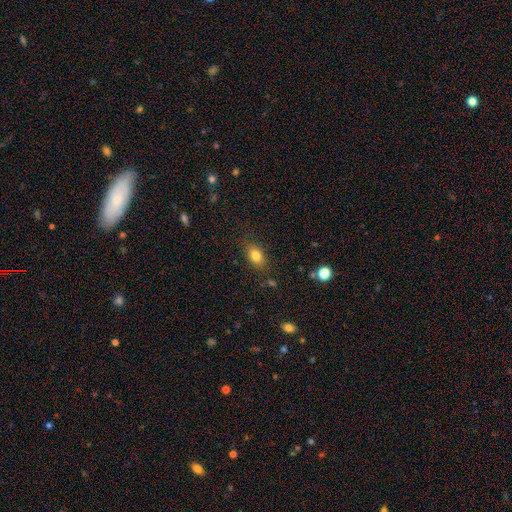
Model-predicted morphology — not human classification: Smooth or featured?
  - smooth: 82% *
  - star or artifact: 10%
  - featured or disk: 8%
How rounded?
  - in between: 80% *
  - round: 17%
  - cigar-shaped: 3%
Merging?
  - none: 82% *
  - minor disturbance: 13%
  - major disturbance: 4%
  - merger: 2%